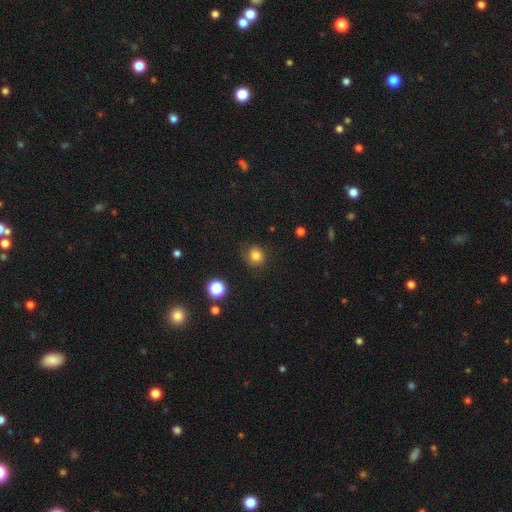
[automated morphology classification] A smooth galaxy with no disk features (80%) that is round (86%). Merging: none (80%).